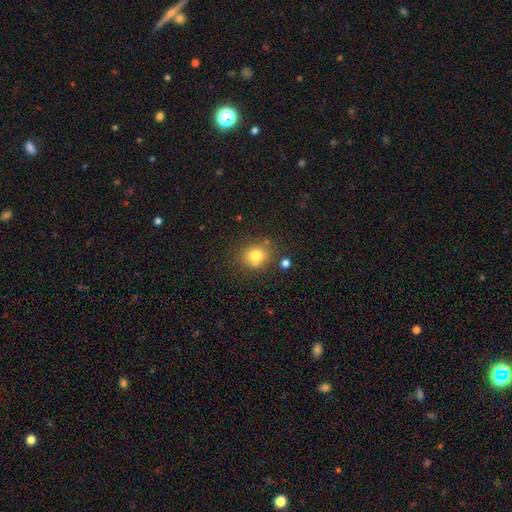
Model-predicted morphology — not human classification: Smooth or featured: smooth — 77% (star or artifact — 12%)
How rounded: round — 78% (in between — 21%)
Merging: none — 71% (minor disturbance — 14%)